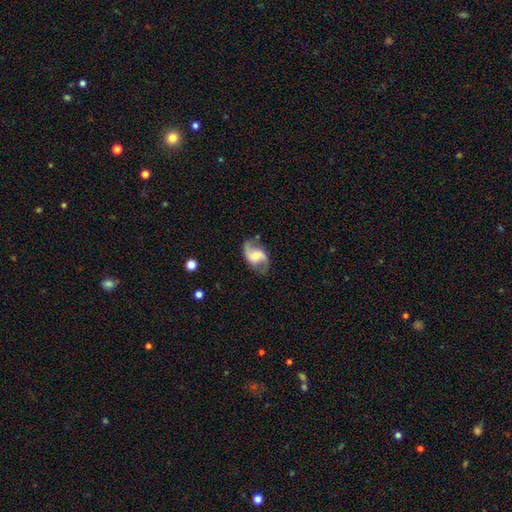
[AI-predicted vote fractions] smooth-or-featured: featured or disk: 79% | smooth: 15% | star or artifact: 6%
  disk-edge-on: no: 97% | yes: 3%
    bar: weak: 46% | no: 37% | strong: 16%
    has-spiral-arms: yes: 94% | no: 6%
      spiral-winding: loose: 58% | medium: 33% | tight: 8%
      spiral-arm-count: 2: 91% | 1: 3% | can't tell: 3% | 3: 1% | 4: 1% | more than 4: 1%
    bulge-size: moderate: 45% | small: 32% | large: 12% | none: 8% | dominant: 2%
  merging: none: 73% | minor disturbance: 18% | major disturbance: 7% | merger: 2%